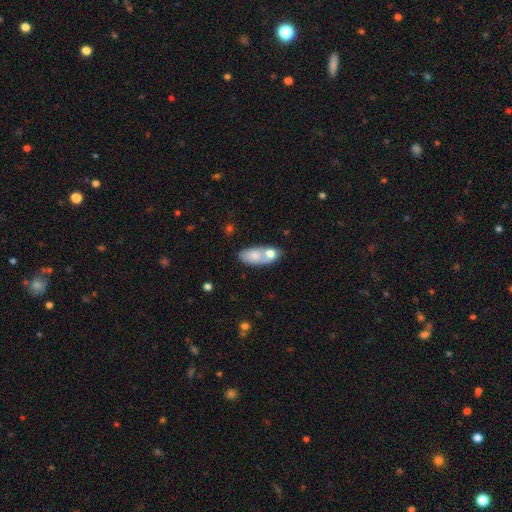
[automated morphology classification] Smooth or featured? Predicted: smooth (p=0.67). How rounded? Predicted: in between (p=0.83). Merging? Predicted: merger (p=0.46).